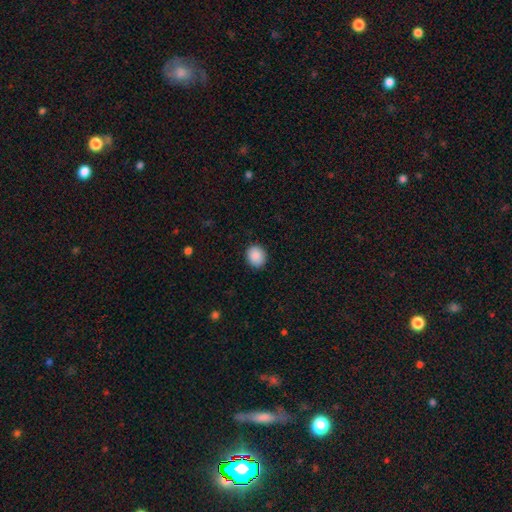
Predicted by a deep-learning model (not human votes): smooth 90%, star or artifact 8%, featured or disk 3%. Down the decision tree: how rounded — round (69%); merging — none (90%).